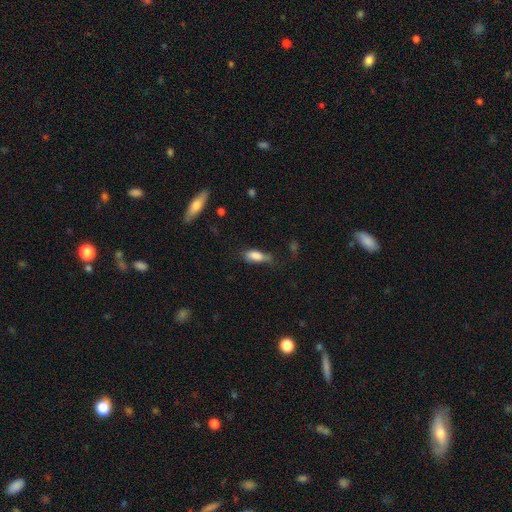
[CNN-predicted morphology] The model was most divided on "merging": none: 43%, minor disturbance: 36%, major disturbance: 18%, merger: 3%. More confident: smooth or featured — smooth (81%); how rounded — in between (78%).